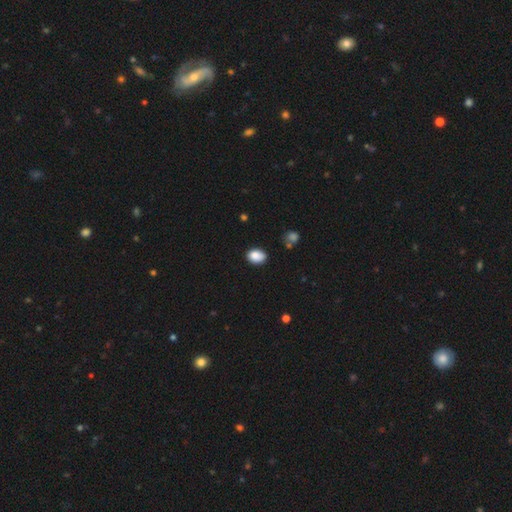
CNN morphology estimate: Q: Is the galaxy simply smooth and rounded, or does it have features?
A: smooth — 87%.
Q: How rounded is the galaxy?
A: in between — 74%.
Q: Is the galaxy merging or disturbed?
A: none — 79%.